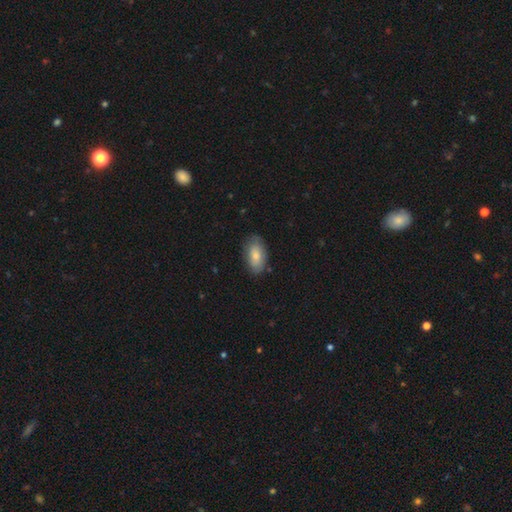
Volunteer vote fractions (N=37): A smooth galaxy with no disk features (84%) that is in between round and cigar-shaped (97%).

Vote fractions:
- Smooth or featured? smooth: 84% / featured or disk: 11% / star or artifact: 5%
- How rounded? in between: 97% / cigar-shaped: 3% / round: 0%
- Merging? none: 77% / minor disturbance: 11% / major disturbance: 11% / merger: 0%